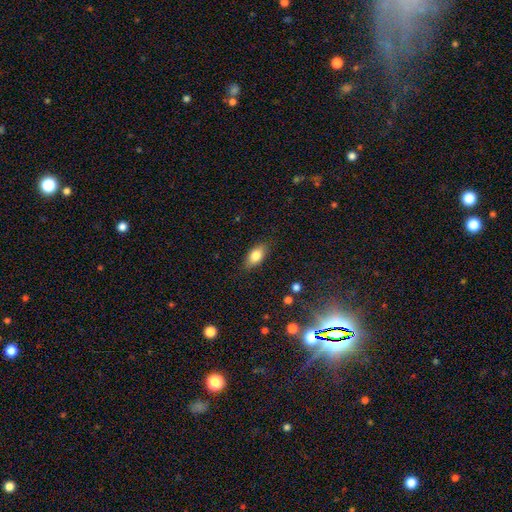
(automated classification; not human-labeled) Smooth or featured: smooth — 82% (featured or disk — 11%)
How rounded: in between — 88% (cigar-shaped — 7%)
Merging: none — 85% (minor disturbance — 12%)